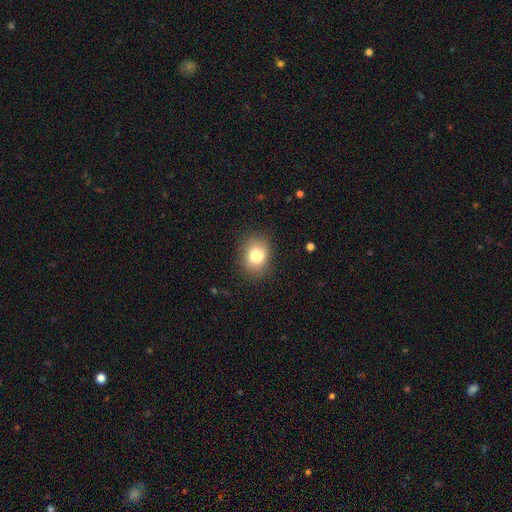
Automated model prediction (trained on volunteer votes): Overall: smooth (79%). How rounded: in between (52%; round 47%). Merging: none (83%).